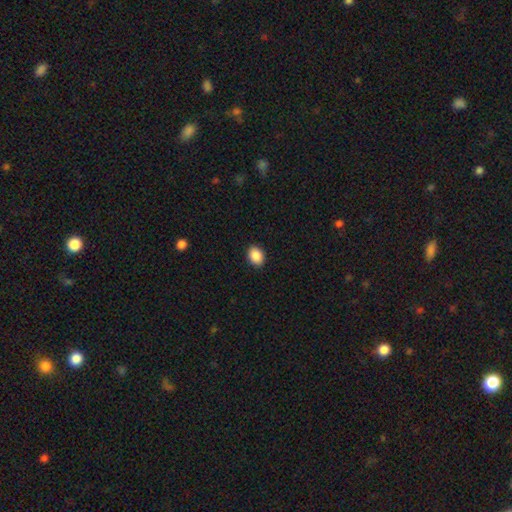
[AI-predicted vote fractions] A smooth galaxy with no disk features (89%) that is in between round and cigar-shaped (65%).

Vote fractions:
- Smooth or featured? smooth: 89% / star or artifact: 8% / featured or disk: 3%
- How rounded? in between: 65% / round: 35% / cigar-shaped: 1%
- Merging? none: 91% / minor disturbance: 6% / major disturbance: 2% / merger: 1%